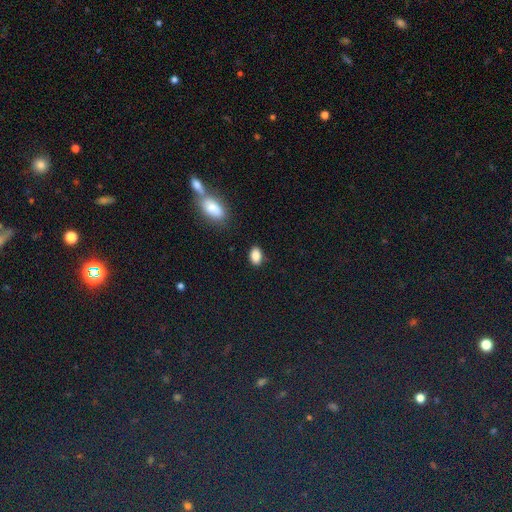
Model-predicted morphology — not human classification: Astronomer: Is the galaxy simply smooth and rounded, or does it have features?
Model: smooth — 87%.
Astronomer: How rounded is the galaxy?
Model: in between — 88%.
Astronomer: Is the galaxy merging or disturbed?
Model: none — 86%.